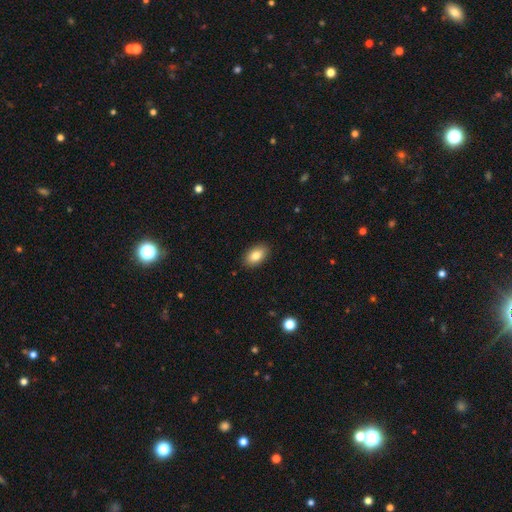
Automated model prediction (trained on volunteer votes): The model was most divided on "smooth or featured": smooth: 84%, featured or disk: 9%, star or artifact: 7%. More confident: how rounded — in between (92%); merging — none (89%).